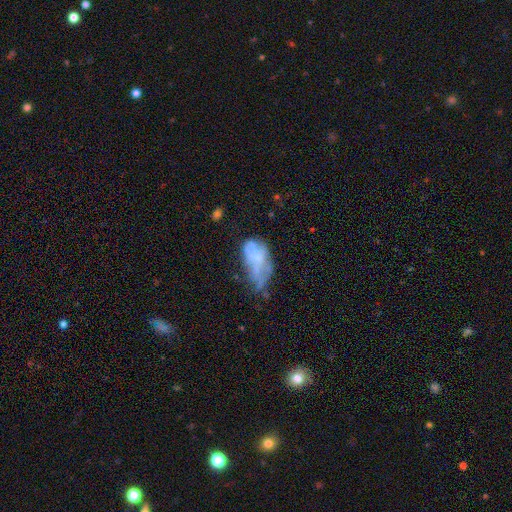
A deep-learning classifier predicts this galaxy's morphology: type=smooth (46%); merging=major disturbance (35%).